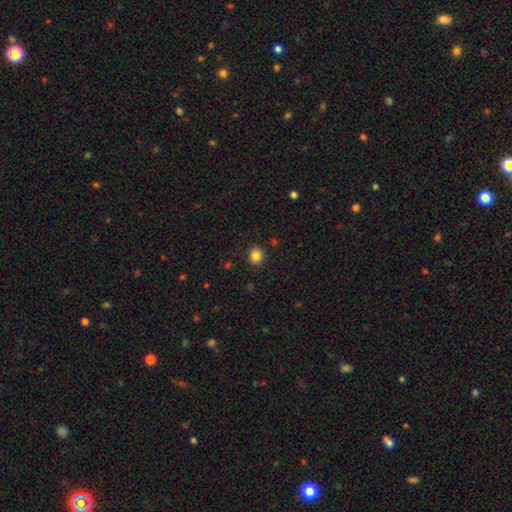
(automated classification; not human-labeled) This appears to be a smooth galaxy with no disk features (84%) that is round (86%). Merging: none (90%).